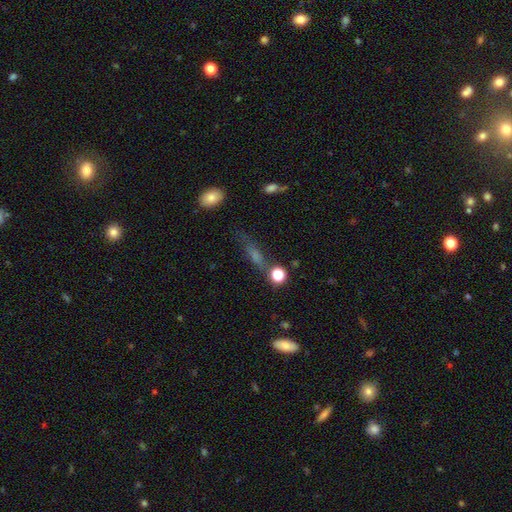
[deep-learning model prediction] A smooth galaxy with no disk features (43%).

Vote fractions:
- Smooth or featured? smooth: 43% / featured or disk: 30% / star or artifact: 27%
- Merging? none: 60% / minor disturbance: 18% / major disturbance: 11% / merger: 10%